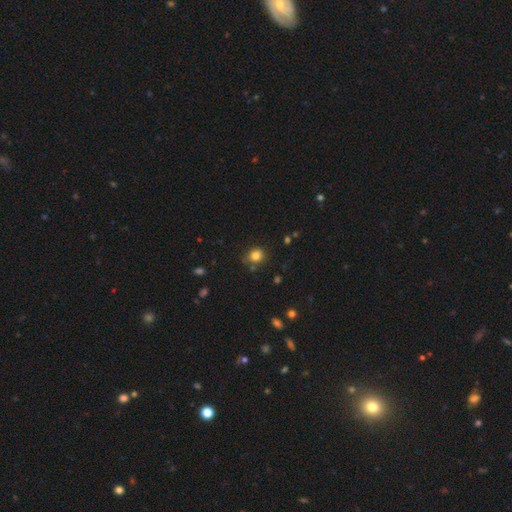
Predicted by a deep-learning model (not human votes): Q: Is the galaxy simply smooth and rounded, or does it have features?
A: smooth — 82%.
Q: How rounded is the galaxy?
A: round — 80%.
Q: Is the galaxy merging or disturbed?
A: none — 76%.